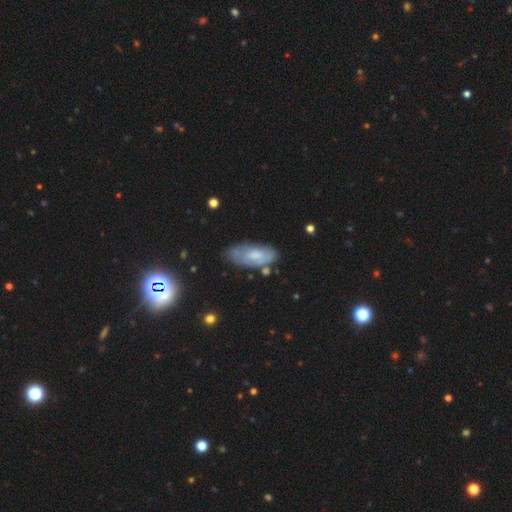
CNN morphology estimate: smooth 47%, featured or disk 46%, star or artifact 8%. Down the decision tree: merging — none (63%).